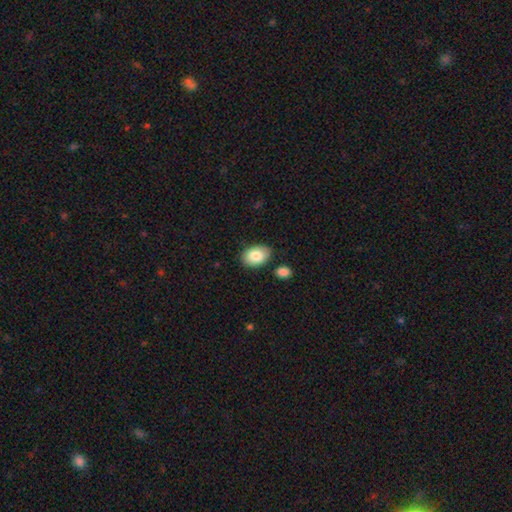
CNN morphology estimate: Q: Smooth or featured?
A: smooth (85%); runner-up: featured or disk (8%)
Q: How rounded?
A: in between (87%); runner-up: round (12%)
Q: Merging?
A: none (81%); runner-up: minor disturbance (12%)